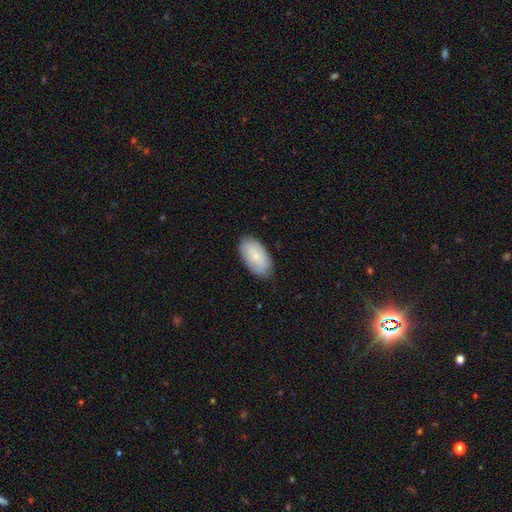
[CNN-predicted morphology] Smooth or featured: smooth — 74% (featured or disk — 20%)
How rounded: in between — 95% (round — 3%)
Merging: none — 83% (minor disturbance — 14%)